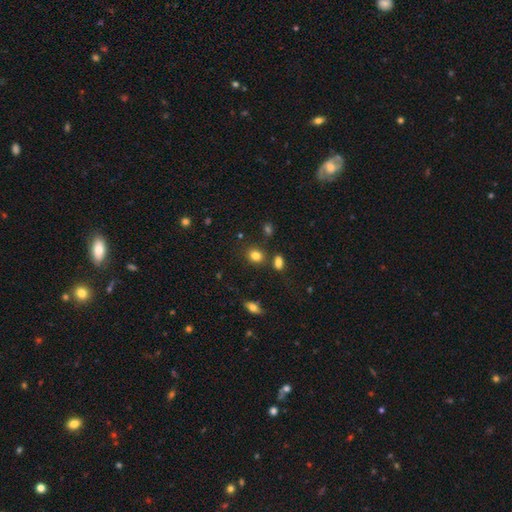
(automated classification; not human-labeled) smooth_or_featured: smooth (p=0.81) [alt: star or artifact p=0.12]
how_rounded: round (p=0.55) [alt: in between p=0.44]
merging: none (p=0.78) [alt: minor disturbance p=0.11]